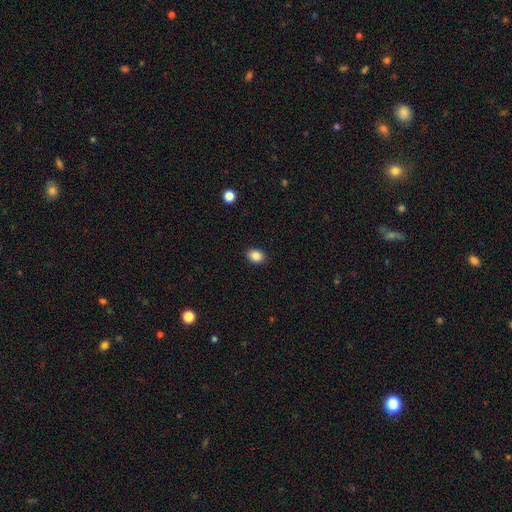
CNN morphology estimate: Smooth or featured?
  - smooth: 87% *
  - star or artifact: 9%
  - featured or disk: 4%
How rounded?
  - in between: 65% *
  - round: 34%
  - cigar-shaped: 1%
Merging?
  - none: 90% *
  - minor disturbance: 7%
  - major disturbance: 2%
  - merger: 1%